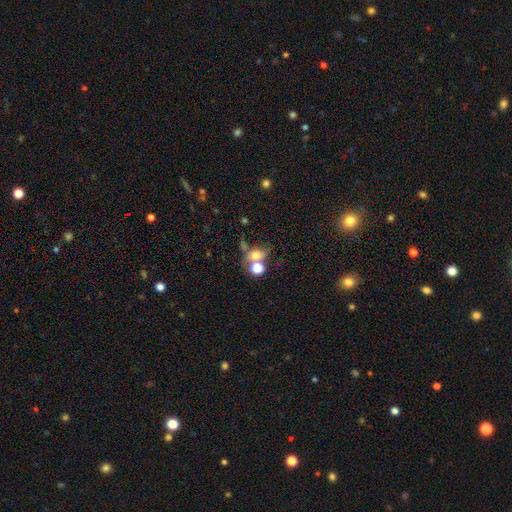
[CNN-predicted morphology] smooth-or-featured: smooth: 66% | featured or disk: 17% | star or artifact: 17%
  how-rounded: round: 50% | in between: 47% | cigar-shaped: 2%
  merging: merger: 45% | none: 33% | minor disturbance: 11% | major disturbance: 11%